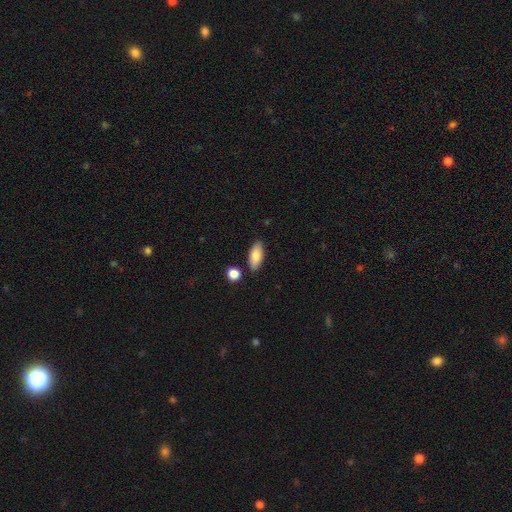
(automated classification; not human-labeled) This is clearly a smooth galaxy (83%). How rounded: clearly in between (87%). Merging: clearly none (84%).